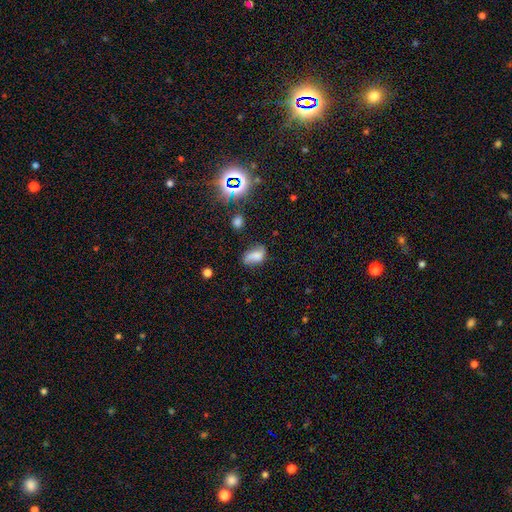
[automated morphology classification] smooth 55%, featured or disk 31%, star or artifact 14%. Down the decision tree: how rounded — in between (86%); merging — none (55%).